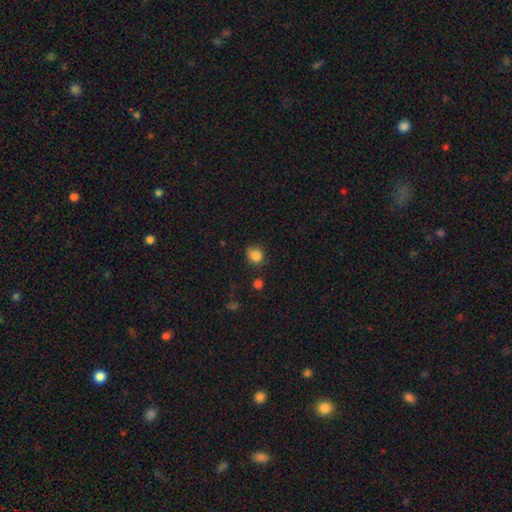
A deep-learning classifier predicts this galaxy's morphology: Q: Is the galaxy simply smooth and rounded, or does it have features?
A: smooth — 85%.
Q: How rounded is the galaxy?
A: round — 74%.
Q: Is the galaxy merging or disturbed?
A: none — 73%.